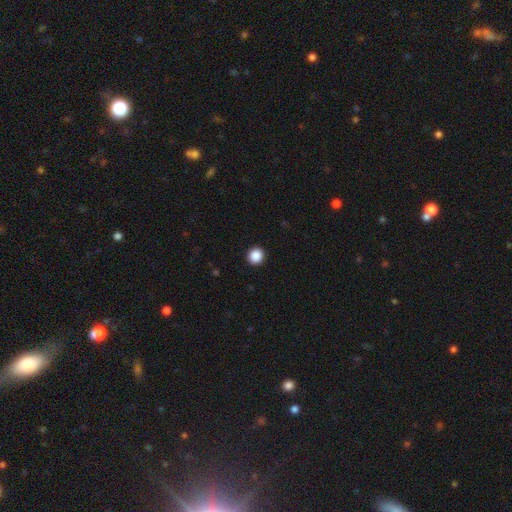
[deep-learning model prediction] smooth 88%, star or artifact 10%, featured or disk 2%. Down the decision tree: how rounded — round (93%); merging — none (93%).